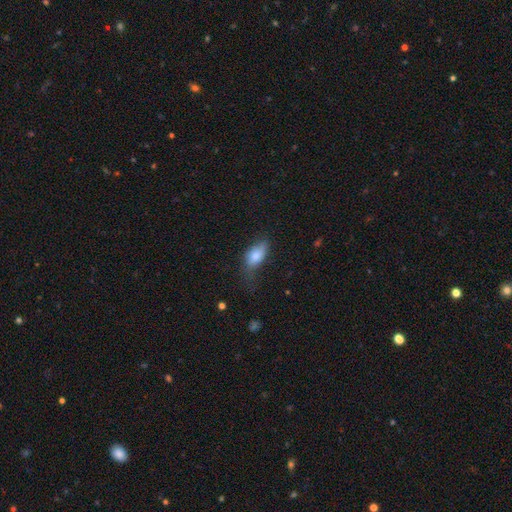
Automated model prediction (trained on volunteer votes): Smooth or featured? smooth (79%)
How rounded? in between (87%)
Merging? none (47%)